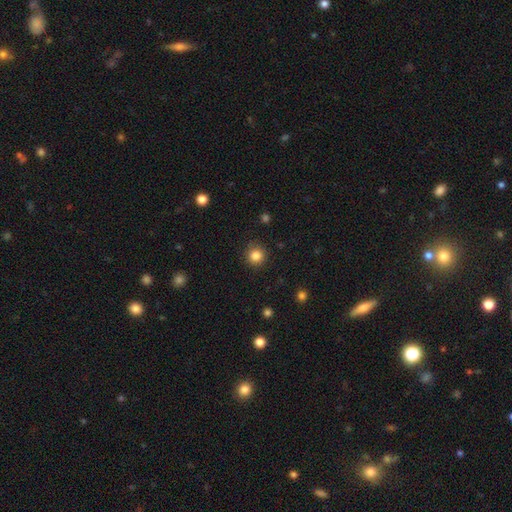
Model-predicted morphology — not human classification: Smooth or featured?
  - smooth: 85% *
  - star or artifact: 11%
  - featured or disk: 4%
How rounded?
  - round: 93% *
  - in between: 6%
  - cigar-shaped: 1%
Merging?
  - none: 87% *
  - minor disturbance: 9%
  - major disturbance: 3%
  - merger: 1%